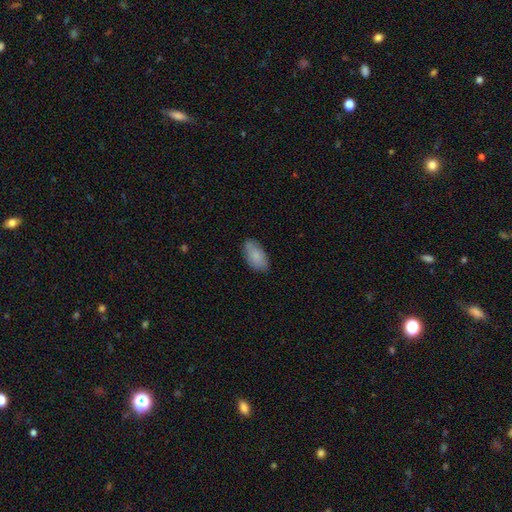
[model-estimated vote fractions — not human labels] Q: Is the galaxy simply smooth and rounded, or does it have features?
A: smooth — 85%.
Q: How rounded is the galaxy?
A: in between — 94%.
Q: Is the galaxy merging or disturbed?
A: none — 83%.